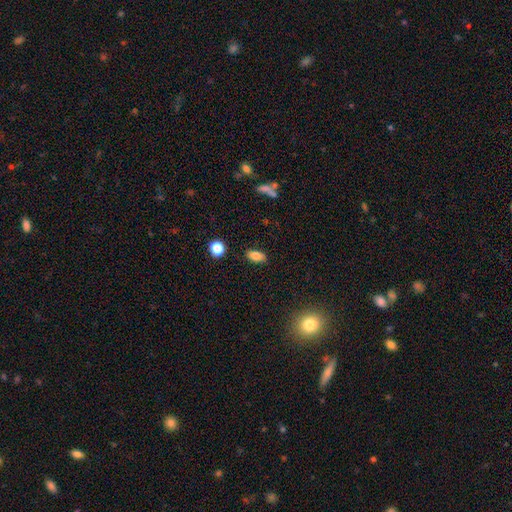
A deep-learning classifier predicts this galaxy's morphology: A smooth galaxy with no disk features (83%) that is in between round and cigar-shaped (88%). Merging: none (87%).